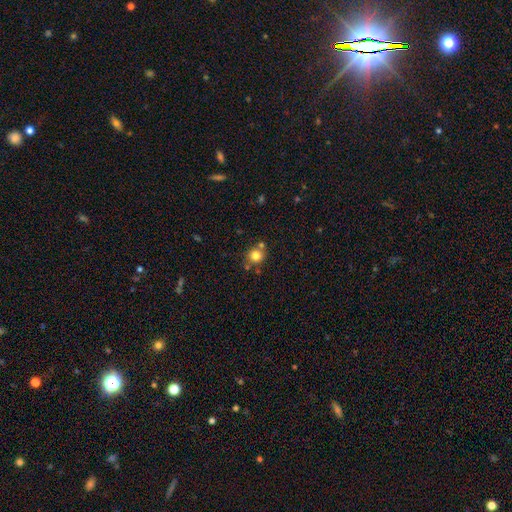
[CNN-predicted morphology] Smooth or featured?
  - smooth: 79% *
  - star or artifact: 12%
  - featured or disk: 8%
How rounded?
  - round: 89% *
  - in between: 10%
  - cigar-shaped: 1%
Merging?
  - none: 71% *
  - merger: 17%
  - minor disturbance: 10%
  - major disturbance: 3%